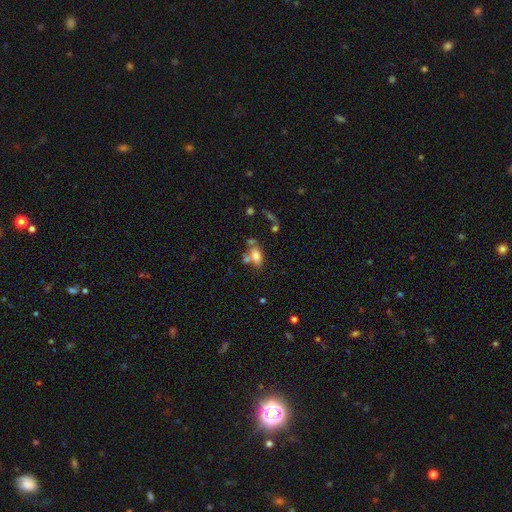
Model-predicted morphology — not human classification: Overall: smooth (72%). How rounded: in between (87%). Merging: none (45%; merger 30%).